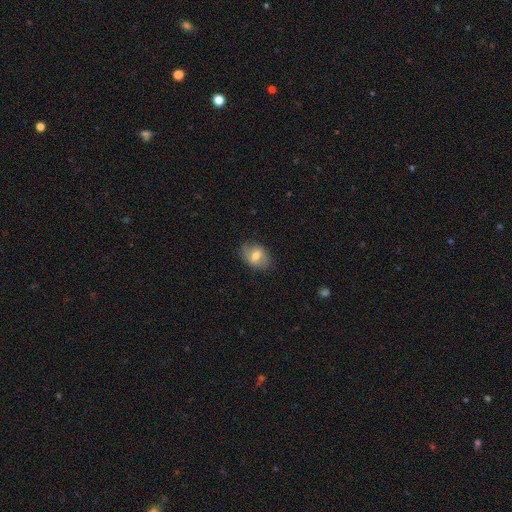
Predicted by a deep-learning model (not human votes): Smooth or featured? smooth (59%)
How rounded? in between (71%)
Merging? none (75%)